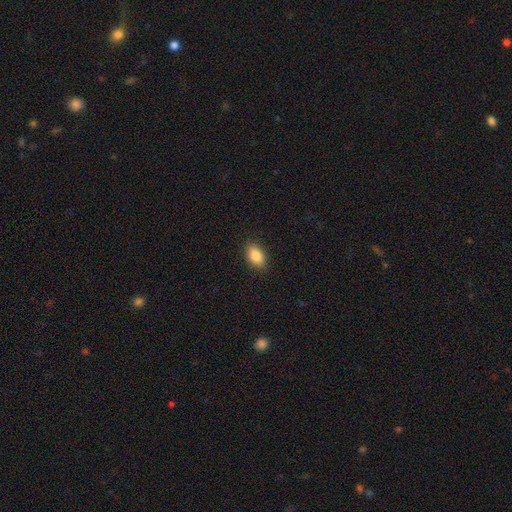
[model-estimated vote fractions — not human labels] Morphology: type=smooth (86%); roundness=in between (90%); merging=none (89%).